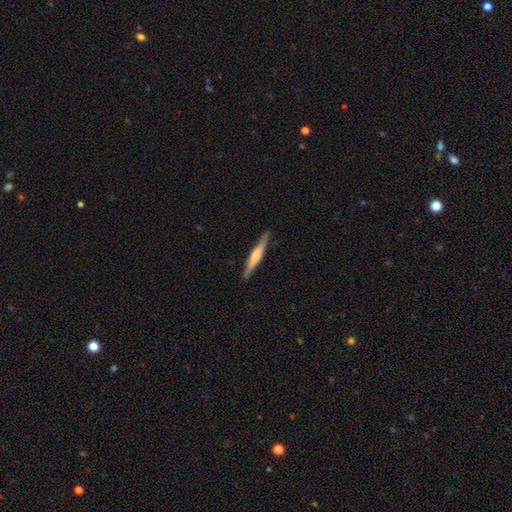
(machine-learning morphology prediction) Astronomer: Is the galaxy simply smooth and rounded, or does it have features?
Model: featured or disk — 55% (runner-up: smooth, 40%).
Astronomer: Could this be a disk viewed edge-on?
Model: yes — 96%.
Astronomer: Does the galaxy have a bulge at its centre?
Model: rounded — 58%.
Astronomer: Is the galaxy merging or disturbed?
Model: none — 88%.